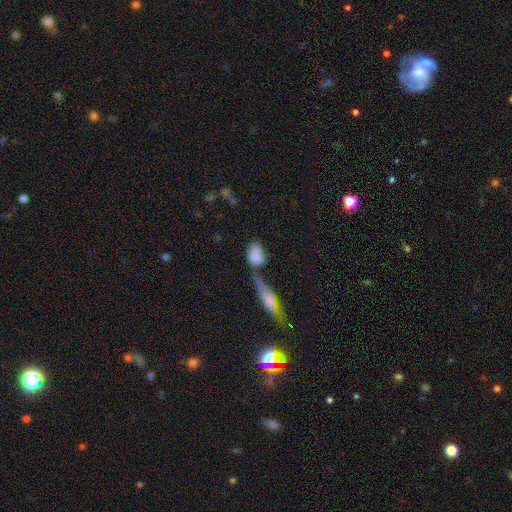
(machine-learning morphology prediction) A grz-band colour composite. It shows a smooth galaxy with no disk features (77%) that is in between round and cigar-shaped (77%). Merging: merger (48%).